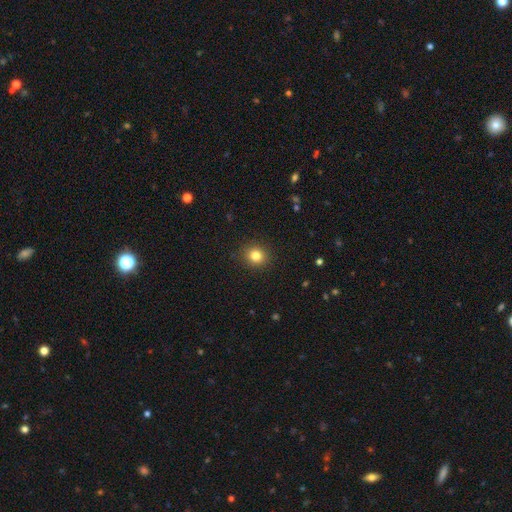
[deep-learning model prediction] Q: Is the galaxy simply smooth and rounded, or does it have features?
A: smooth — 82%.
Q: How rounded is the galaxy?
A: round — 85%.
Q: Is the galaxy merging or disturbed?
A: none — 91%.